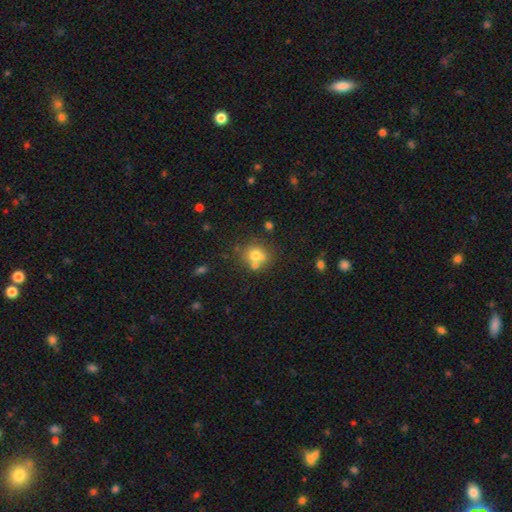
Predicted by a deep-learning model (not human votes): A smooth galaxy with no disk features (72%) that is round (76%). Merging: none (55%).